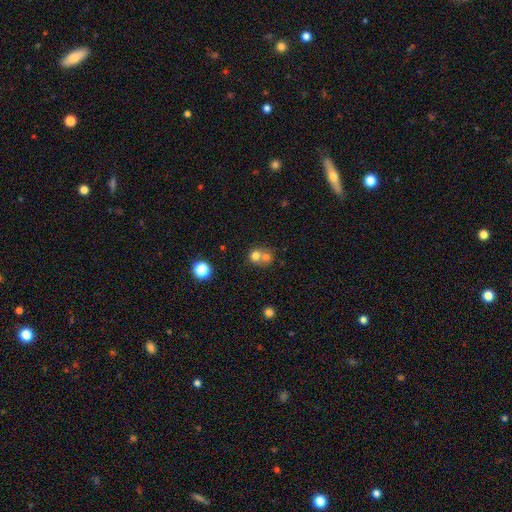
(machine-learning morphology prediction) The model was most divided on "merging": merger: 59%, none: 33%, minor disturbance: 5%, major disturbance: 3%. More confident: how rounded — round (81%); smooth or featured — smooth (72%).